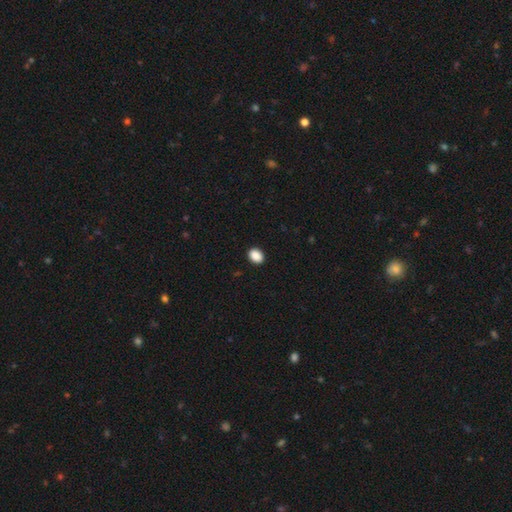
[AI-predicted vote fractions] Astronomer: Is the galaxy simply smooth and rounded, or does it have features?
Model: smooth — 90%.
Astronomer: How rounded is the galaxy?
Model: in between — 67%.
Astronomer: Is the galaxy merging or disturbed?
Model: none — 92%.